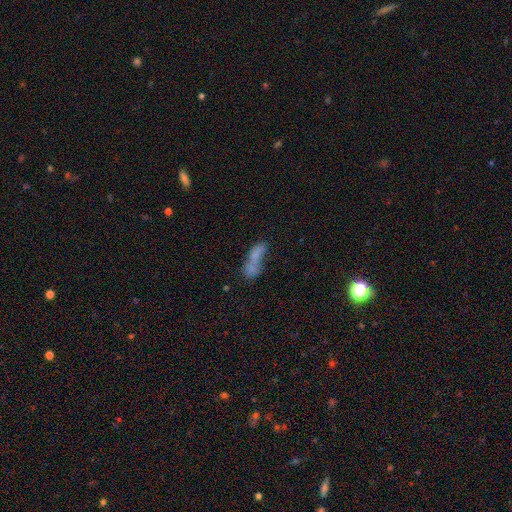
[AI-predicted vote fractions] This is likely a smooth galaxy (68%). How rounded: likely in between (62%). Merging: possibly merger (56%).